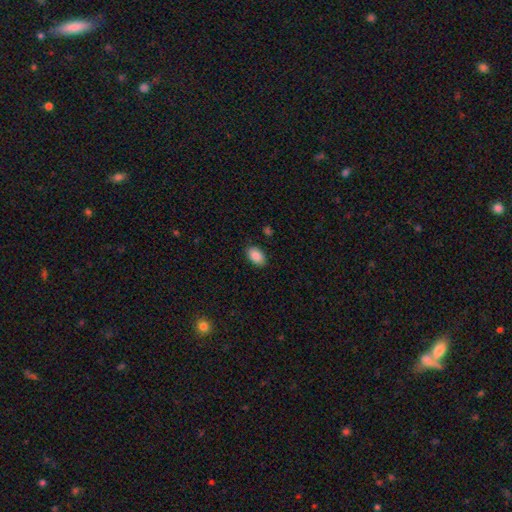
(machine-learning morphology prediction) Smooth or featured: smooth — 88% (star or artifact — 7%)
How rounded: in between — 91% (round — 7%)
Merging: none — 87% (minor disturbance — 10%)